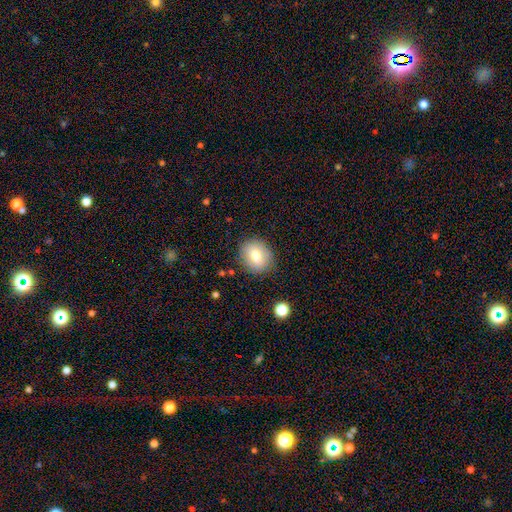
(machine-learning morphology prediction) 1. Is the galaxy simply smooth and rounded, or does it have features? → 75% smooth, 15% featured or disk, 9% star or artifact.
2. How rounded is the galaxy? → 66% round, 33% in between, 1% cigar-shaped.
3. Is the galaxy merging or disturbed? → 84% none, 12% minor disturbance, 3% major disturbance, 2% merger.